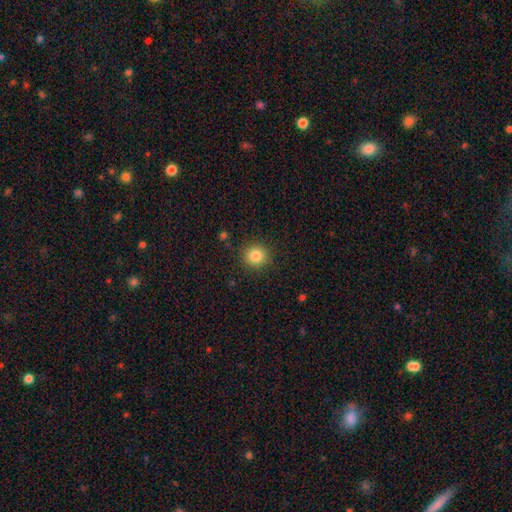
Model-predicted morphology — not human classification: This is clearly a smooth galaxy (84%). How rounded: clearly round (91%). Merging: clearly none (89%).